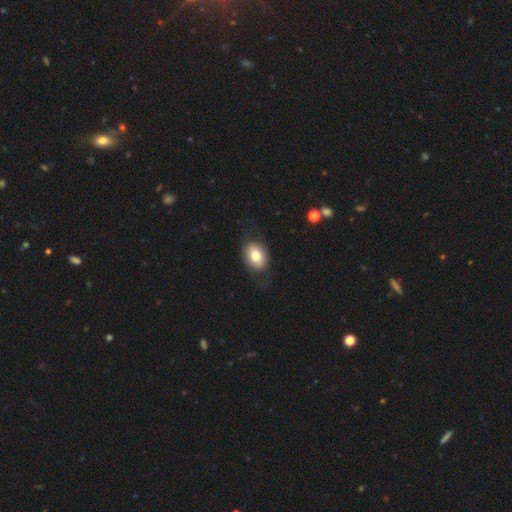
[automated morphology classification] Overall: smooth (73%). How rounded: in between (80%). Merging: none (70%).